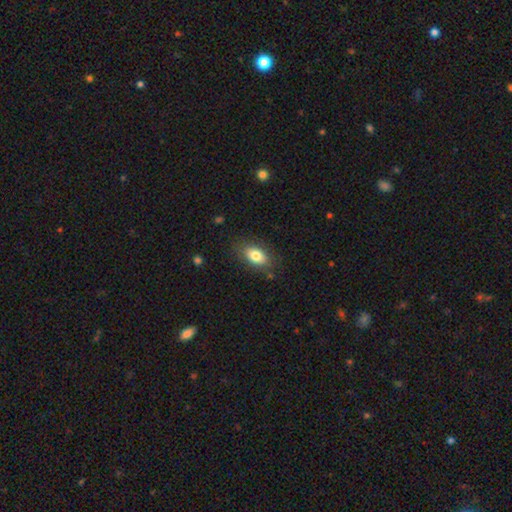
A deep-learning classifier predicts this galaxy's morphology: Smooth or featured?
  - smooth: 79% *
  - featured or disk: 13%
  - star or artifact: 8%
How rounded?
  - in between: 88% *
  - round: 9%
  - cigar-shaped: 3%
Merging?
  - none: 81% *
  - minor disturbance: 13%
  - major disturbance: 4%
  - merger: 2%